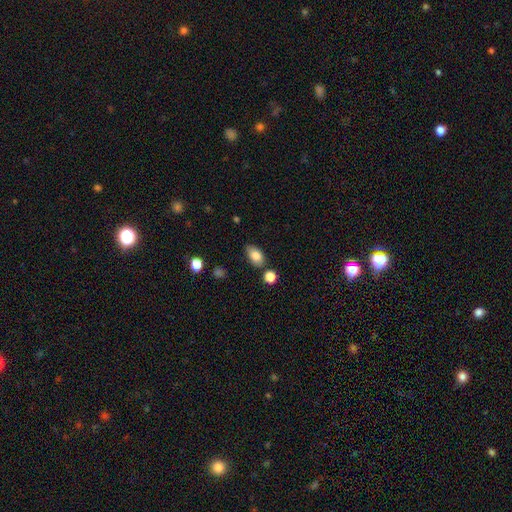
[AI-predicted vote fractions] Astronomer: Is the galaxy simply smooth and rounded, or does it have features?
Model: smooth — 83%.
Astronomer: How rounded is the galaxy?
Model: in between — 89%.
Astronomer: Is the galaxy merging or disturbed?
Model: none — 74%.